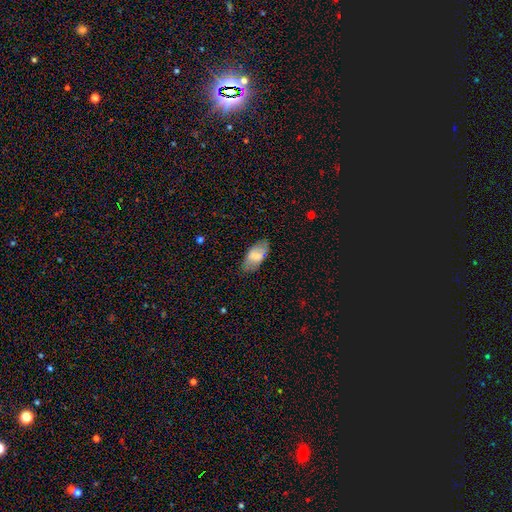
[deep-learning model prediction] Overall: smooth (69%). How rounded: in between (92%). Merging: none (79%).